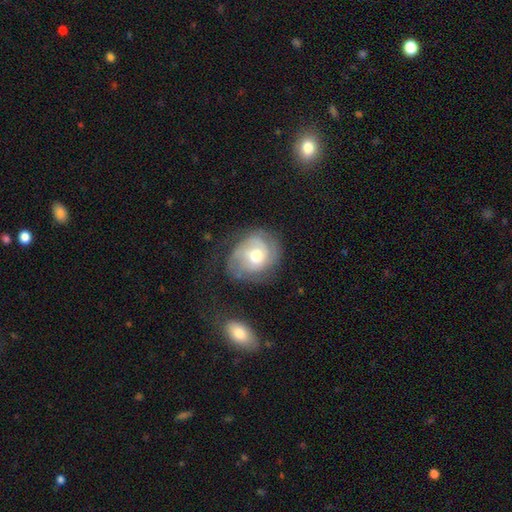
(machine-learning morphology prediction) Smooth or featured? Predicted: featured or disk (p=0.69). Edge-on disk? Predicted: no (p=0.97). Bar? Predicted: no (p=0.72). Spiral arms? Predicted: yes (p=0.85). Spiral winding? Predicted: tight (p=0.60). Spiral arm count? Predicted: can't tell (p=0.39). Bulge size? Predicted: moderate (p=0.71). Merging? Predicted: none (p=0.60).